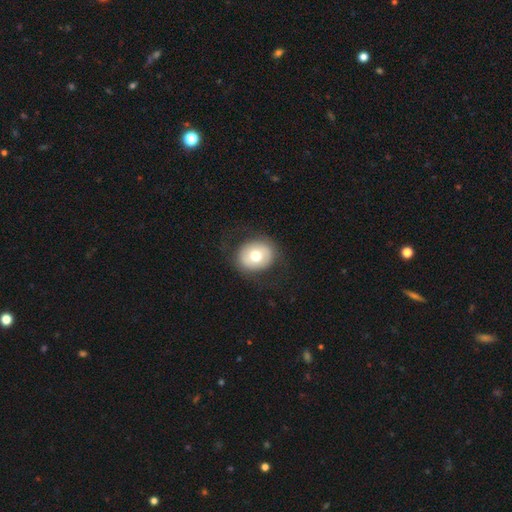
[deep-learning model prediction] Smooth or featured?
  - smooth: 64% *
  - featured or disk: 28%
  - star or artifact: 8%
How rounded?
  - round: 68% *
  - in between: 31%
  - cigar-shaped: 1%
Merging?
  - none: 81% *
  - minor disturbance: 11%
  - major disturbance: 7%
  - merger: 1%